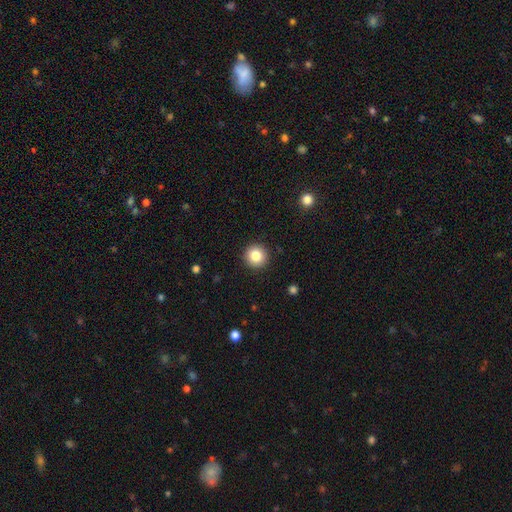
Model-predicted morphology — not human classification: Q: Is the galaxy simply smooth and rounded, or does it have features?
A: smooth — 84%.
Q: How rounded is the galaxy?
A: round — 95%.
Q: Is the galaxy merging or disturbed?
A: none — 92%.